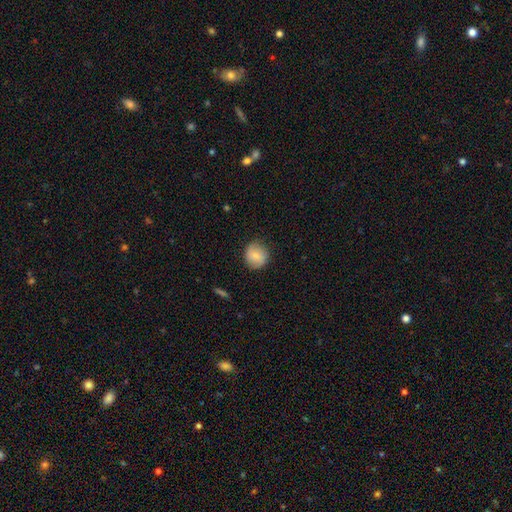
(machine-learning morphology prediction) Overall: smooth (74%). How rounded: round (87%). Merging: none (81%).